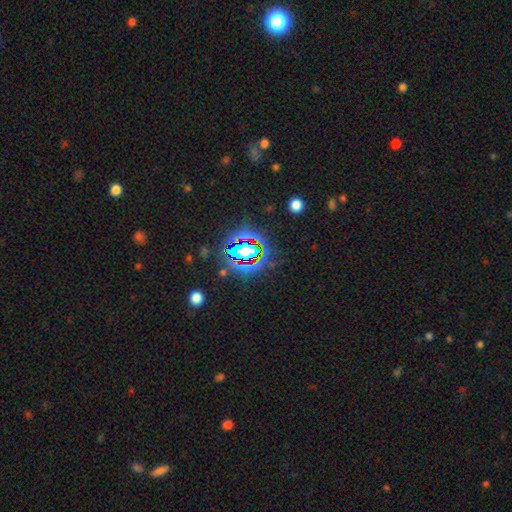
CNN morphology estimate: smooth_or_featured: star or artifact (p=0.81) [alt: smooth p=0.11]